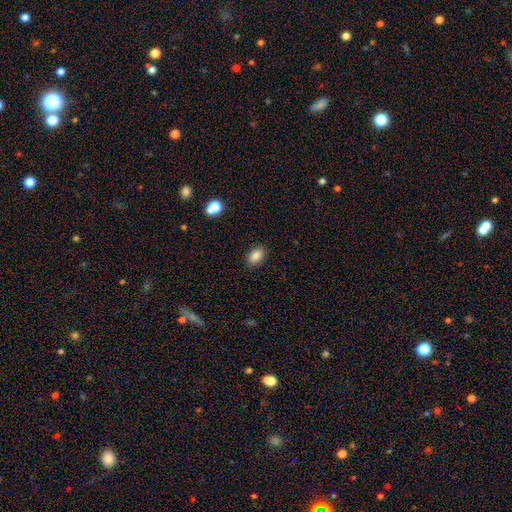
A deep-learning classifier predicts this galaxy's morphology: smooth_or_featured: smooth (p=0.85) [alt: star or artifact p=0.09]
how_rounded: in between (p=0.86) [alt: round p=0.12]
merging: none (p=0.89) [alt: minor disturbance p=0.08]